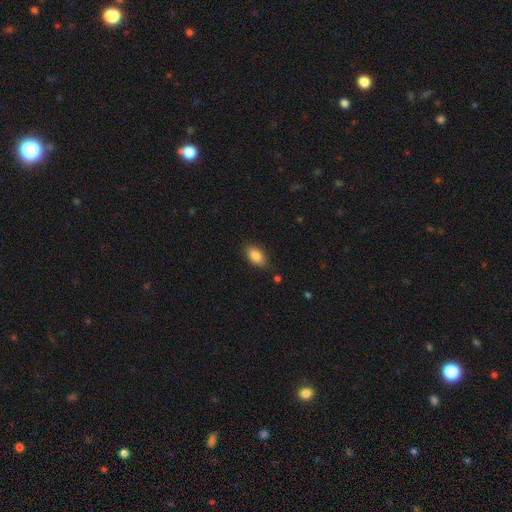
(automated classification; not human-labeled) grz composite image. It shows a smooth galaxy with no disk features (85%) that is in between round and cigar-shaped (91%). Merging: none (83%).